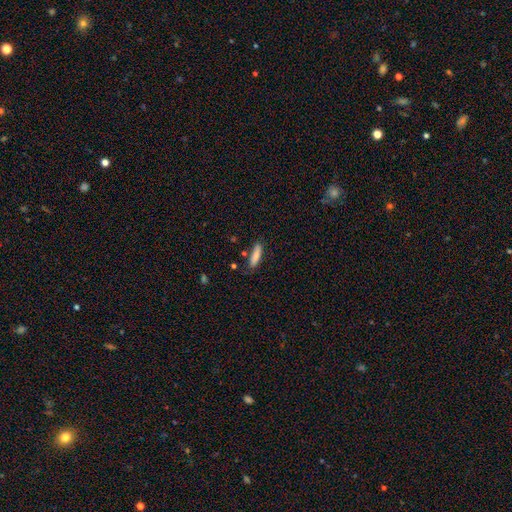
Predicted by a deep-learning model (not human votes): smooth 85%, featured or disk 8%, star or artifact 7%. Down the decision tree: how rounded — cigar-shaped (73%); merging — none (77%).